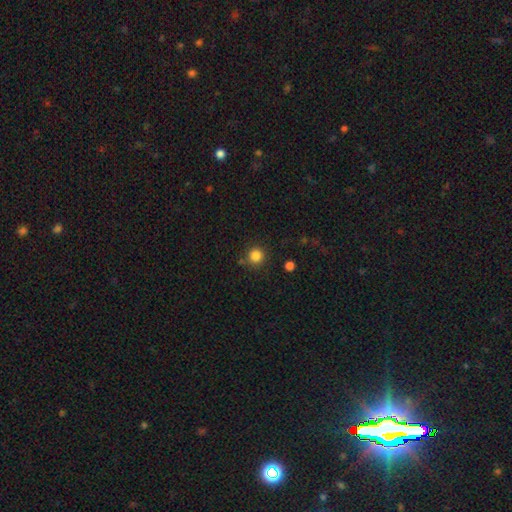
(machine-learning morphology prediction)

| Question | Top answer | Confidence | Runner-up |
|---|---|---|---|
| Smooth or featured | smooth | 84% | star or artifact (12%) |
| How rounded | round | 94% | in between (5%) |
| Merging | none | 84% | minor disturbance (9%) |